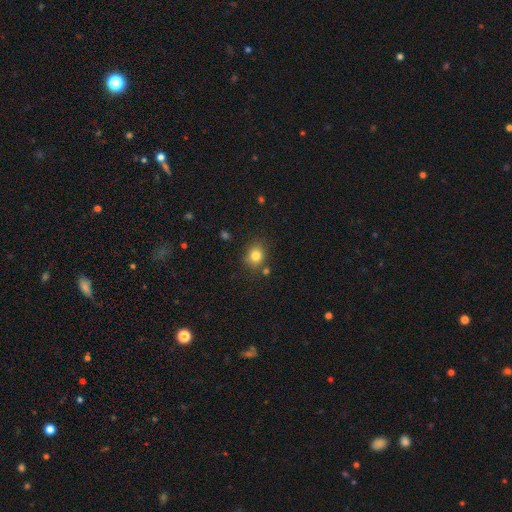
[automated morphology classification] type=smooth (81%); roundness=round (76%); merging=none (79%).